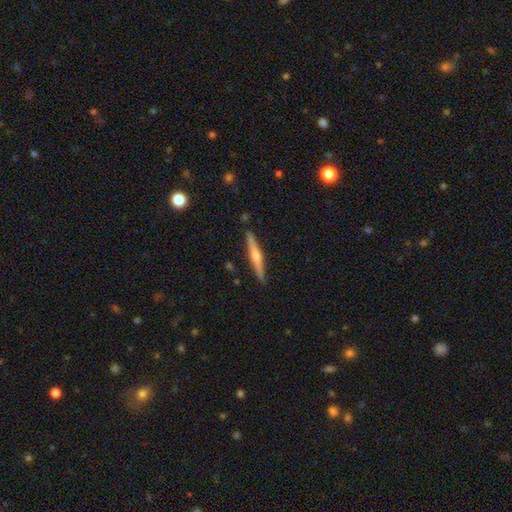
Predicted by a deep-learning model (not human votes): This appears to be a featured or disk galaxy (65%) viewed edge-on (98%) with a rounded central bulge (86%). Merging: none (90%).